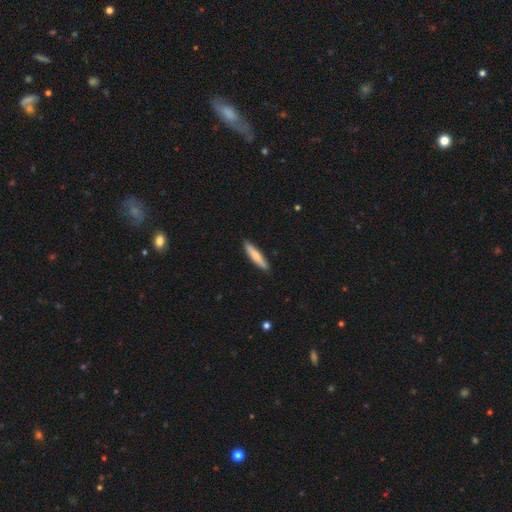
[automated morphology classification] Smooth or featured? smooth (75%)
How rounded? cigar-shaped (88%)
Merging? none (90%)